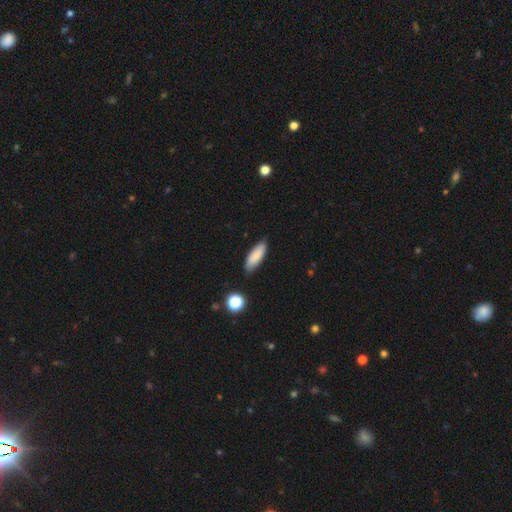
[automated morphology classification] Smooth or featured? Predicted: smooth (p=0.85). How rounded? Predicted: in between (p=0.67). Merging? Predicted: none (p=0.82).